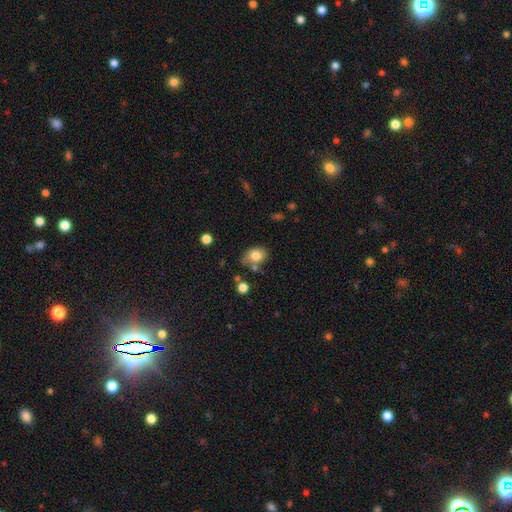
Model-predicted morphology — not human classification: Smooth or featured: smooth — 80% (featured or disk — 11%)
How rounded: in between — 68% (round — 31%)
Merging: none — 60% (minor disturbance — 23%)